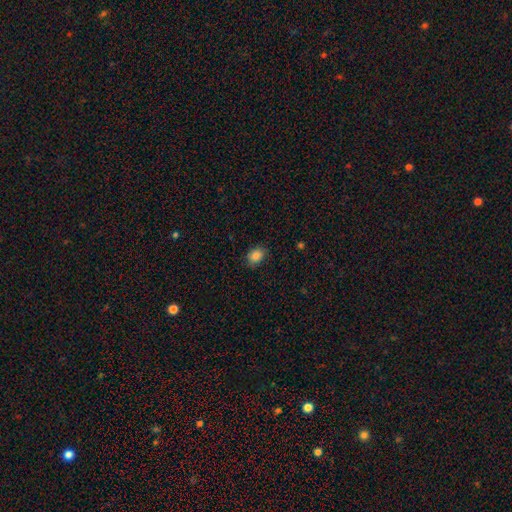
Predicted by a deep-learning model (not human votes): A smooth galaxy with no disk features (85%) that is in between round and cigar-shaped (59%). Merging: none (83%).